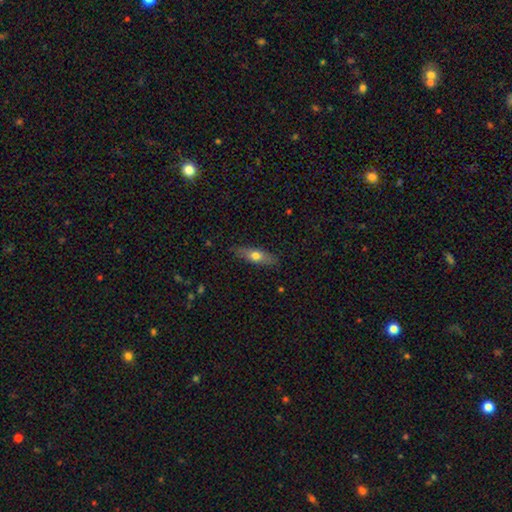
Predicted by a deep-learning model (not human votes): Smooth or featured?
  - smooth: 61% *
  - featured or disk: 33%
  - star or artifact: 6%
How rounded?
  - cigar-shaped: 49% *
  - in between: 47%
  - round: 4%
Merging?
  - none: 84% *
  - minor disturbance: 12%
  - major disturbance: 2%
  - merger: 1%